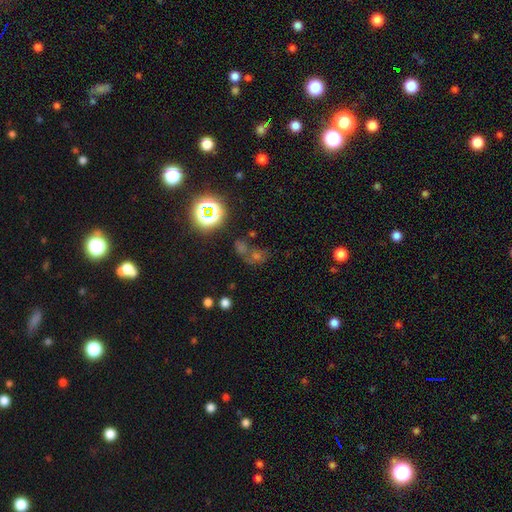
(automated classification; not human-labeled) Q: Smooth or featured?
A: star or artifact (49%); runner-up: smooth (36%)